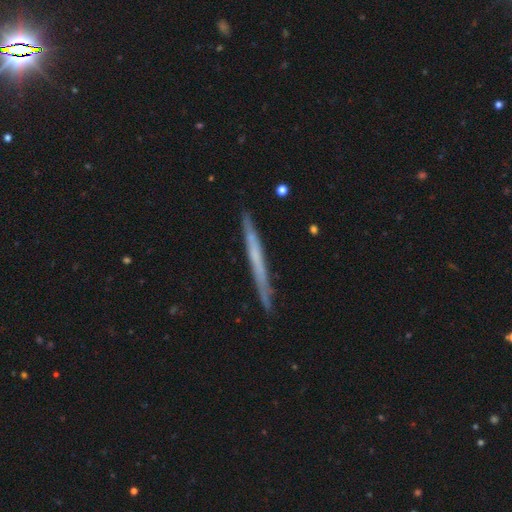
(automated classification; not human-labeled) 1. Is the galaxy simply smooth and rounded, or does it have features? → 55% featured or disk, 40% smooth, 6% star or artifact.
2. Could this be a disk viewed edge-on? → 96% yes, 4% no.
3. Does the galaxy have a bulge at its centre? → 88% none, 8% rounded, 4% boxy.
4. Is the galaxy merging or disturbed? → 88% none, 9% minor disturbance, 1% major disturbance, 1% merger.